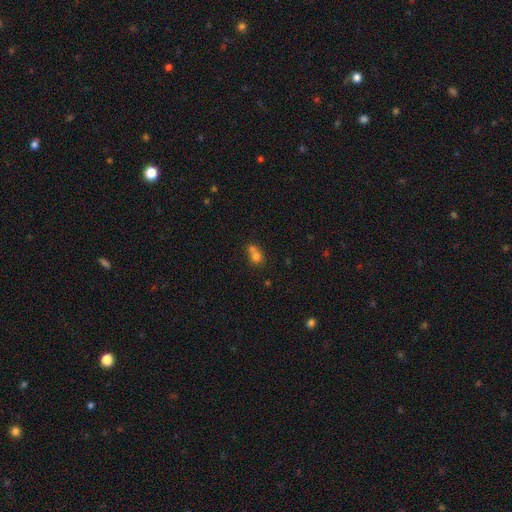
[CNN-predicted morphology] Q: Smooth or featured?
A: smooth (72%); runner-up: star or artifact (14%)
Q: How rounded?
A: round (70%); runner-up: in between (28%)
Q: Merging?
A: merger (58%); runner-up: none (31%)